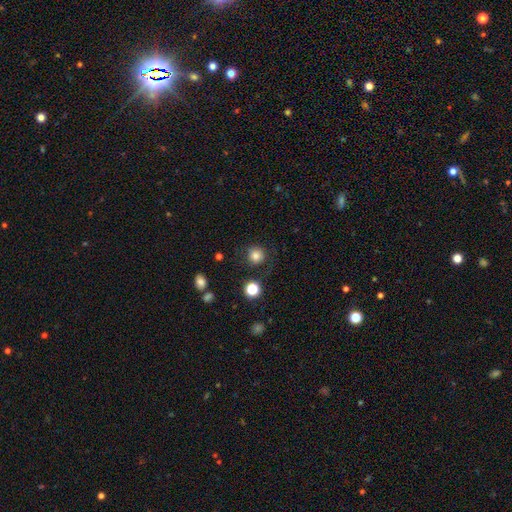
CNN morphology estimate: smooth_or_featured: smooth (p=0.81) [alt: star or artifact p=0.12]
how_rounded: round (p=0.93) [alt: in between p=0.06]
merging: none (p=0.82) [alt: minor disturbance p=0.10]